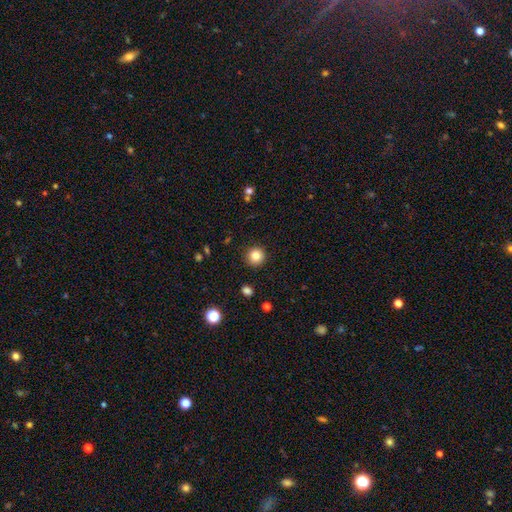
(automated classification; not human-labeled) Overall: smooth (84%). How rounded: round (94%). Merging: none (91%).